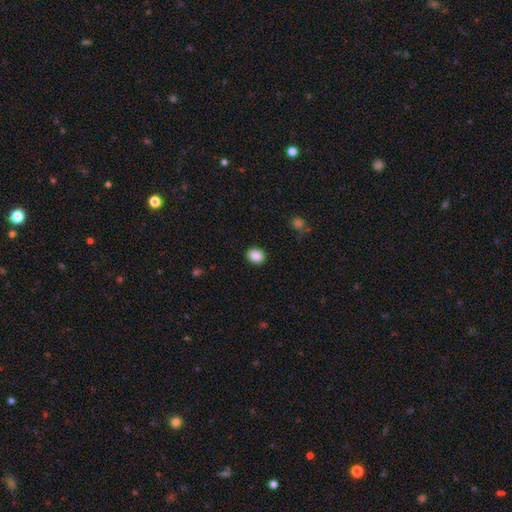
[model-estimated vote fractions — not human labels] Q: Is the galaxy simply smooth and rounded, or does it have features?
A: smooth — 87%.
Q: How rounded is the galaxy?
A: round — 56%.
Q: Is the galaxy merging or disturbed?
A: none — 90%.